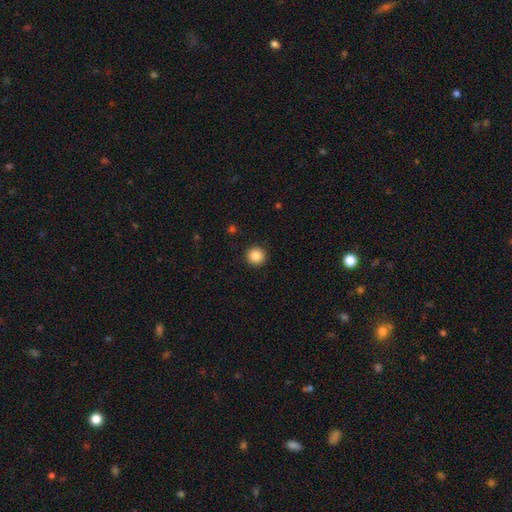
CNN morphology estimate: Smooth or featured? Predicted: smooth (p=0.86). How rounded? Predicted: round (p=0.96). Merging? Predicted: none (p=0.93).